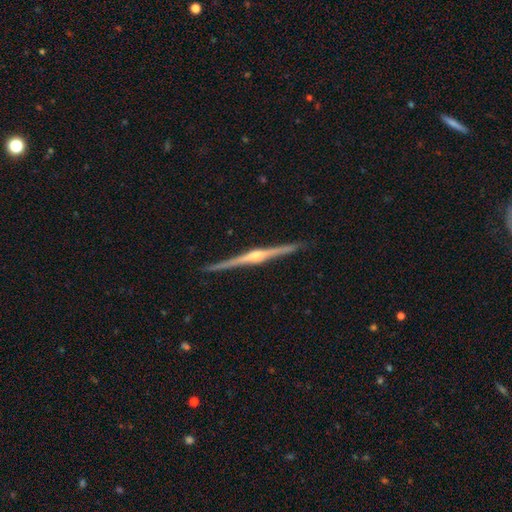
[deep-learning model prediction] Smooth or featured: featured or disk — 89% (smooth — 7%)
Edge-on disk: yes — 99% (no — 1%)
Edge-on bulge: rounded — 88% (boxy — 7%)
Merging: none — 92% (minor disturbance — 6%)